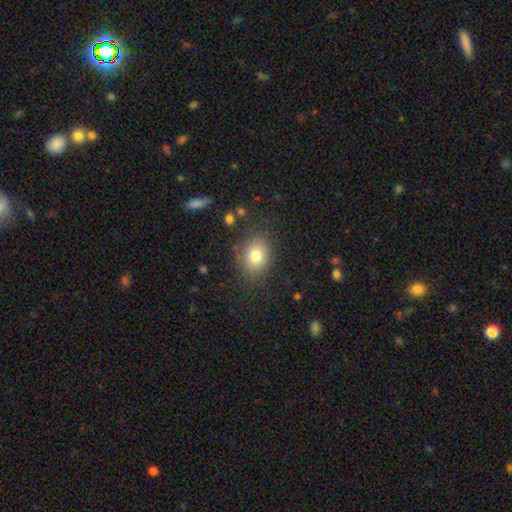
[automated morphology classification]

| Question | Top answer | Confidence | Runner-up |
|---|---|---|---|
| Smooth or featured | smooth | 77% | star or artifact (12%) |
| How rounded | round | 53% | in between (46%) |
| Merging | none | 82% | minor disturbance (12%) |